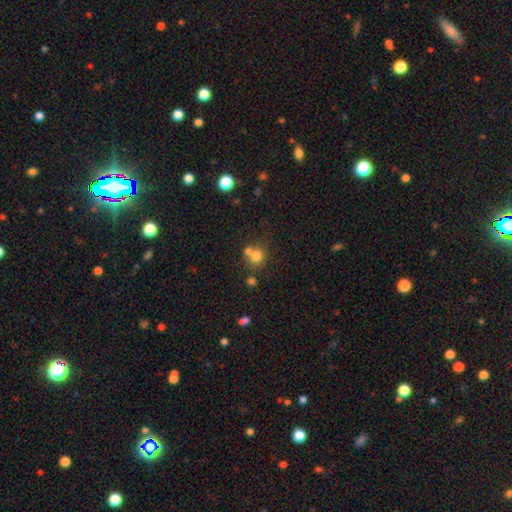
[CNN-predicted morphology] Smooth or featured?
  - smooth: 74% *
  - star or artifact: 15%
  - featured or disk: 11%
How rounded?
  - round: 80% *
  - in between: 19%
  - cigar-shaped: 1%
Merging?
  - none: 50% *
  - merger: 38%
  - minor disturbance: 8%
  - major disturbance: 4%